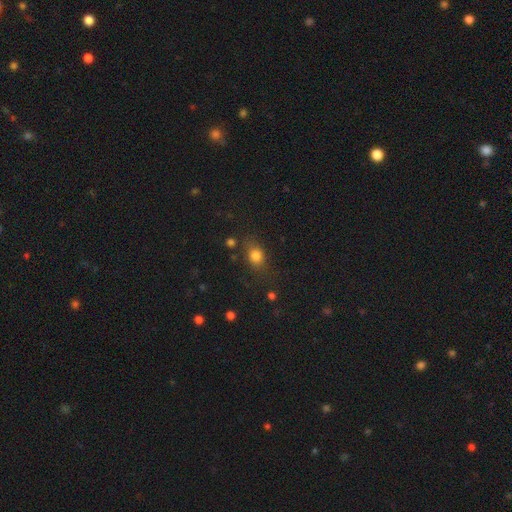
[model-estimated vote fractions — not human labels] A smooth galaxy with no disk features (80%) that is in between round and cigar-shaped (49%, tied with round). Merging: none (73%).